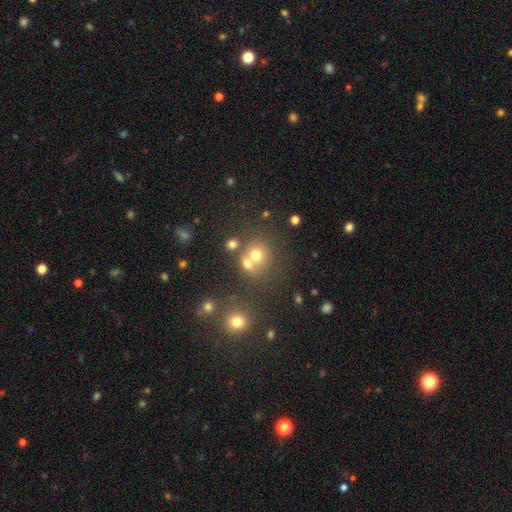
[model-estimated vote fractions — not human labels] This appears to be a smooth galaxy with no disk features (68%) that is round (81%). Merging: none (48%).